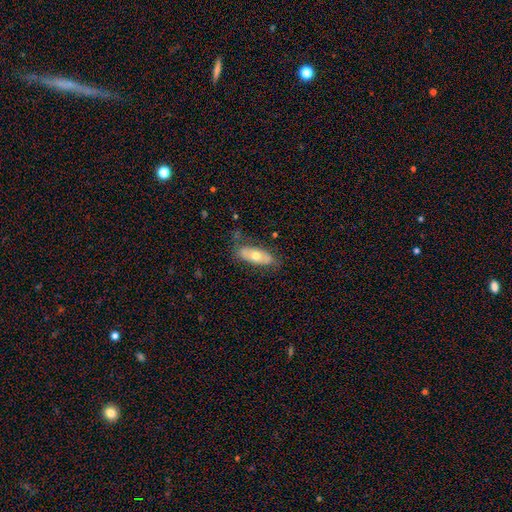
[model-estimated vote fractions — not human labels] smooth_or_featured: smooth (p=0.55) [alt: featured or disk p=0.39]
how_rounded: in between (p=0.79) [alt: cigar-shaped p=0.18]
merging: none (p=0.70) [alt: minor disturbance p=0.21]